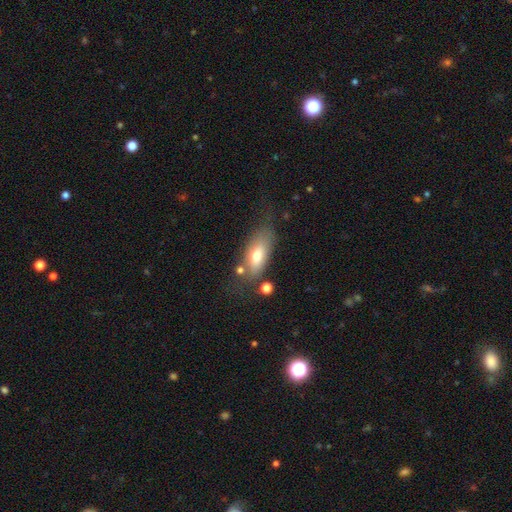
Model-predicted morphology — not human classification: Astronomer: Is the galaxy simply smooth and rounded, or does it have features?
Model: smooth — 70%.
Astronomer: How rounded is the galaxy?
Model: in between — 84%.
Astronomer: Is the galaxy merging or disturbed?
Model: none — 61%.